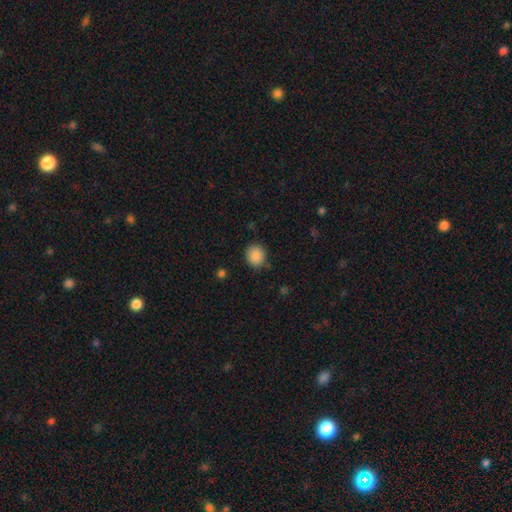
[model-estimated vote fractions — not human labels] smooth 88%, star or artifact 9%, featured or disk 3%. Down the decision tree: how rounded — round (78%); merging — none (82%).